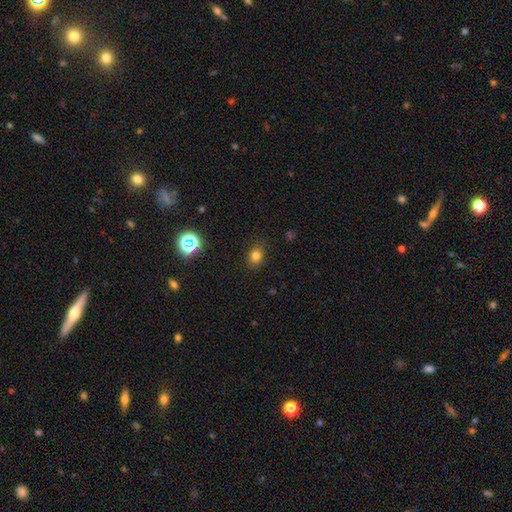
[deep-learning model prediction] This is likely a smooth galaxy (78%). How rounded: possibly round (58%). Merging: clearly none (85%).